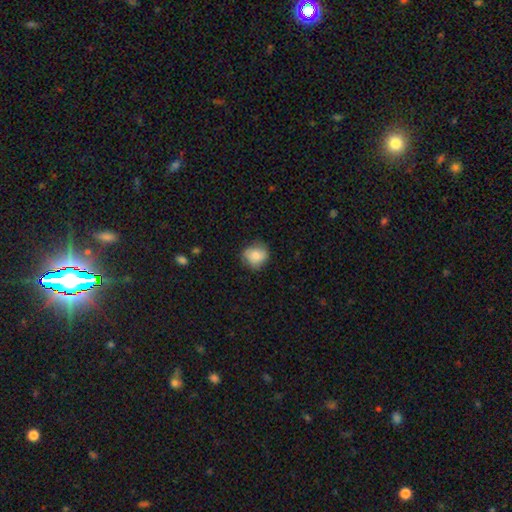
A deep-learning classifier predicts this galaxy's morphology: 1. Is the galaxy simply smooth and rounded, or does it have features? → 79% smooth, 13% featured or disk, 8% star or artifact.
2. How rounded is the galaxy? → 77% round, 22% in between, 1% cigar-shaped.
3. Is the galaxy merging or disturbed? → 72% none, 22% minor disturbance, 5% major disturbance, 1% merger.